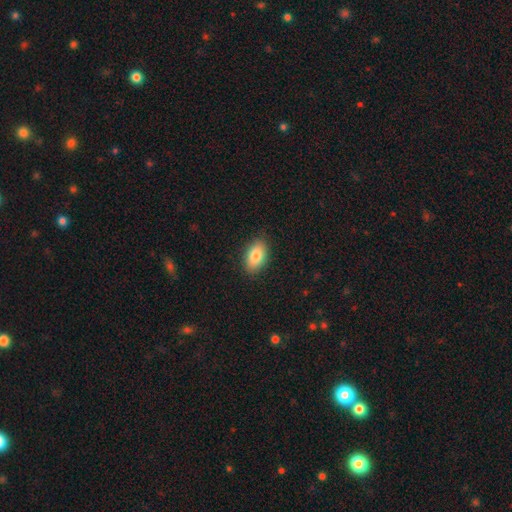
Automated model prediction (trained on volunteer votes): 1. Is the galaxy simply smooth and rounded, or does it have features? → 83% smooth, 10% featured or disk, 7% star or artifact.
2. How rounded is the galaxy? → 91% in between, 7% round, 2% cigar-shaped.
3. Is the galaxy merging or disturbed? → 88% none, 9% minor disturbance, 2% major disturbance, 1% merger.